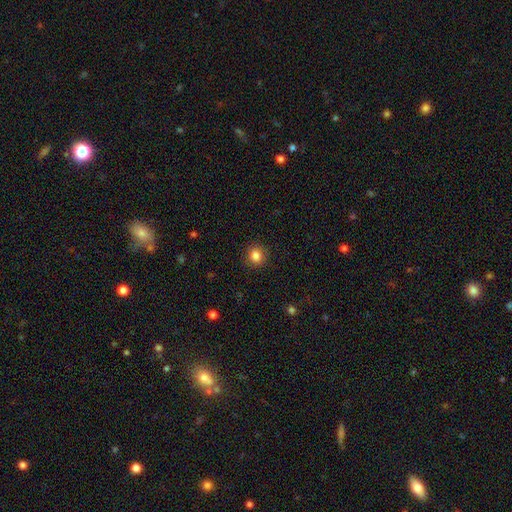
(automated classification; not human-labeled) smooth 84%, star or artifact 11%, featured or disk 5%. Down the decision tree: how rounded — round (86%); merging — none (90%).